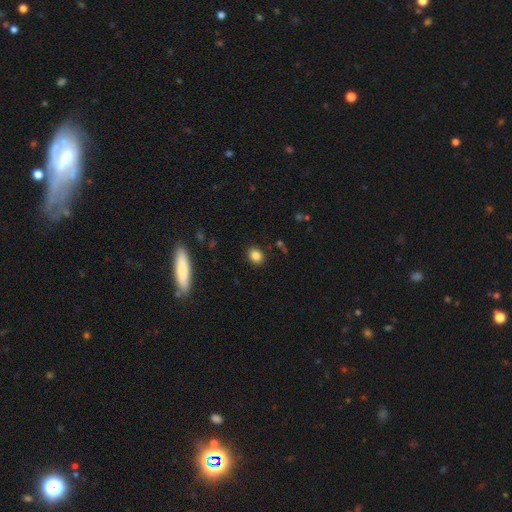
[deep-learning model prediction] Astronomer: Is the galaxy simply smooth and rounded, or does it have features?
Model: smooth — 84%.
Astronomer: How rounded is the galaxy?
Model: round — 59% (runner-up: in between, 40%).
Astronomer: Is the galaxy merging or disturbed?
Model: none — 89%.